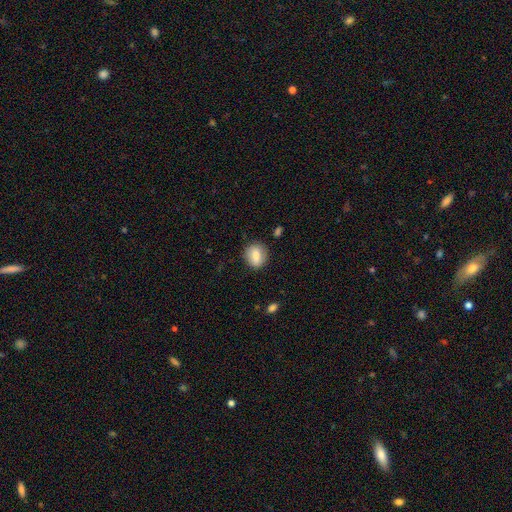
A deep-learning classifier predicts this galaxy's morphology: Q: Smooth or featured?
A: smooth (78%); runner-up: featured or disk (14%)
Q: How rounded?
A: round (61%); runner-up: in between (37%)
Q: Merging?
A: none (81%); runner-up: minor disturbance (14%)